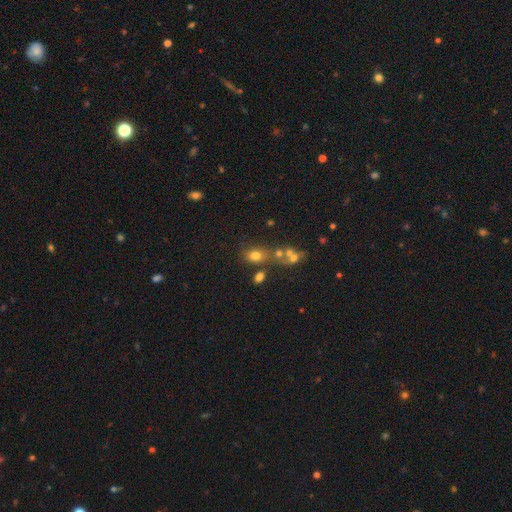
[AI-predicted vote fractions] Smooth or featured: smooth — 71% (star or artifact — 15%)
How rounded: in between — 68% (round — 30%)
Merging: none — 53% (merger — 25%)